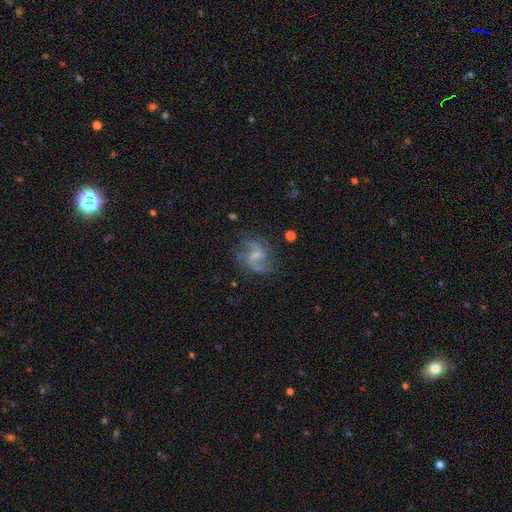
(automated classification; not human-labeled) Smooth or featured: featured or disk — 75% (smooth — 16%)
Edge-on disk: no — 97% (yes — 3%)
Bar: weak — 55% (no — 30%)
Spiral arms: yes — 89% (no — 11%)
Spiral winding: loose — 57% (medium — 35%)
Spiral arm count: 2 — 79% (can't tell — 9%)
Bulge size: small — 46% (none — 26%)
Merging: none — 64% (minor disturbance — 19%)